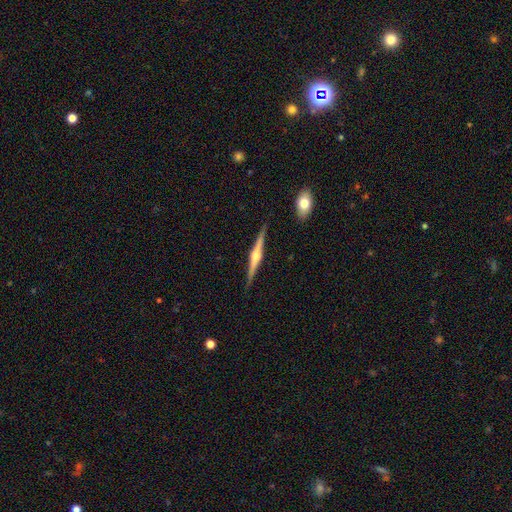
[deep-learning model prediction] Q: Smooth or featured?
A: featured or disk (81%); runner-up: smooth (13%)
Q: Edge-on disk?
A: yes (98%); runner-up: no (2%)
Q: Edge-on bulge?
A: rounded (92%); runner-up: boxy (5%)
Q: Merging?
A: none (90%); runner-up: minor disturbance (8%)